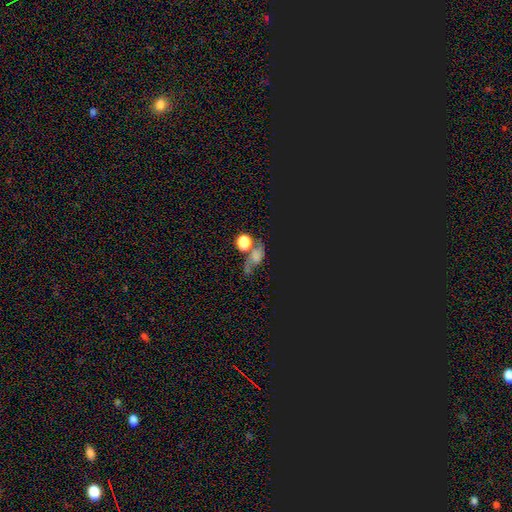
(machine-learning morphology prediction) Overall: smooth (41%; star or artifact 36%). Merging: none (39%; merger 26%).